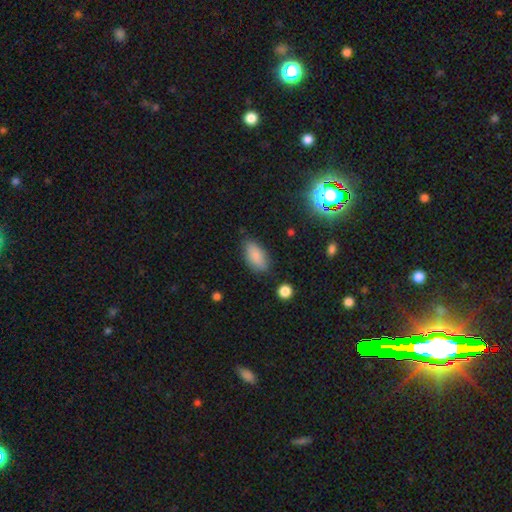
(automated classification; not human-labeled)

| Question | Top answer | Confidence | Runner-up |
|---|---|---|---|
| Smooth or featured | smooth | 84% | featured or disk (8%) |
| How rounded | in between | 92% | cigar-shaped (5%) |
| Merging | none | 76% | minor disturbance (18%) |